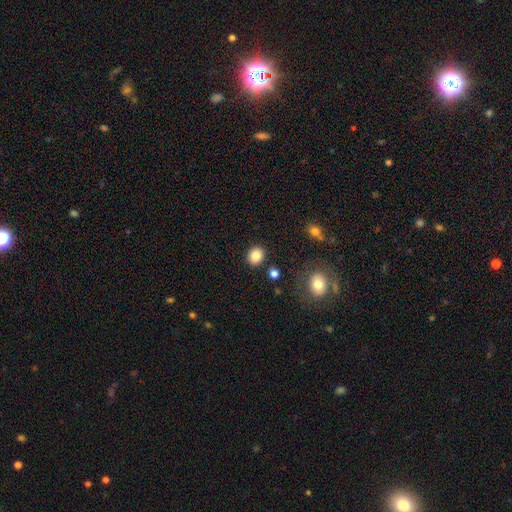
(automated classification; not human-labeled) smooth 85%, star or artifact 10%, featured or disk 5%. Down the decision tree: how rounded — round (69%); merging — none (87%).